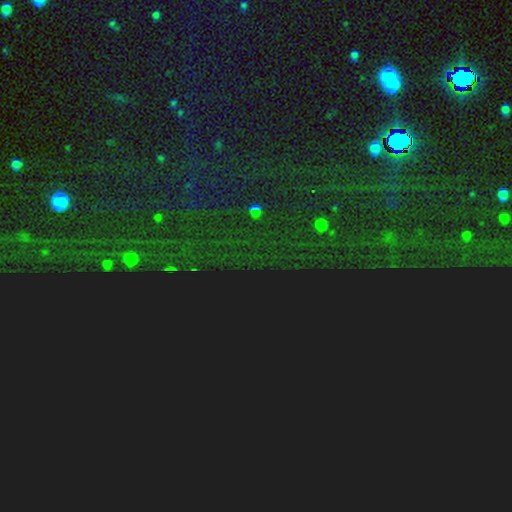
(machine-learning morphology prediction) A star or artifact, not a galaxy (85%).

Vote fractions:
- Smooth or featured? star or artifact: 85% / smooth: 8% / featured or disk: 7%